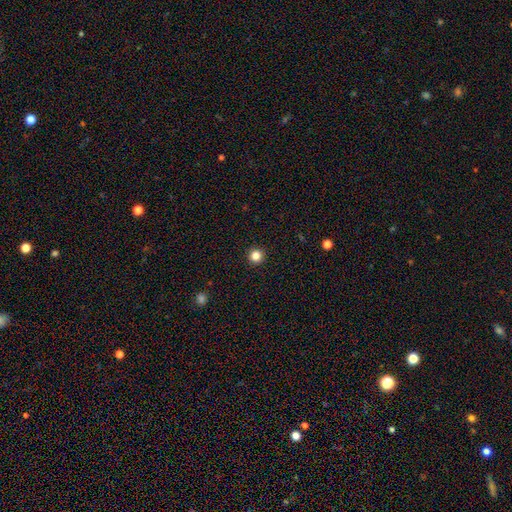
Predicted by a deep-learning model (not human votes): Smooth or featured?
  - smooth: 84% *
  - star or artifact: 12%
  - featured or disk: 4%
How rounded?
  - round: 96% *
  - in between: 3%
  - cigar-shaped: 1%
Merging?
  - none: 94% *
  - minor disturbance: 4%
  - major disturbance: 1%
  - merger: 1%